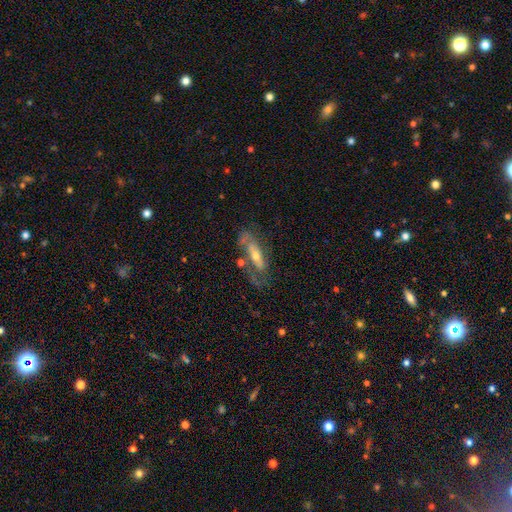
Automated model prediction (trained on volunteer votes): Smooth or featured: featured or disk — 70% (smooth — 24%)
Edge-on disk: no — 76% (yes — 24%)
Bar: no — 53% (weak — 26%)
Spiral arms: yes — 70% (no — 30%)
Bulge size: moderate — 52% (small — 41%)
Merging: none — 52% (minor disturbance — 21%)